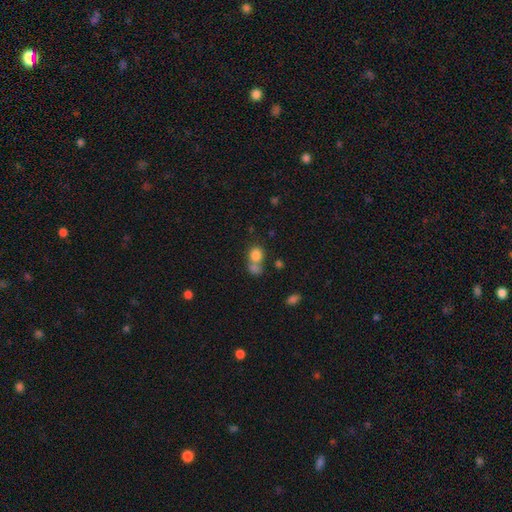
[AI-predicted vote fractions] Smooth or featured? Predicted: smooth (p=0.81). How rounded? Predicted: round (p=0.75). Merging? Predicted: merger (p=0.45).